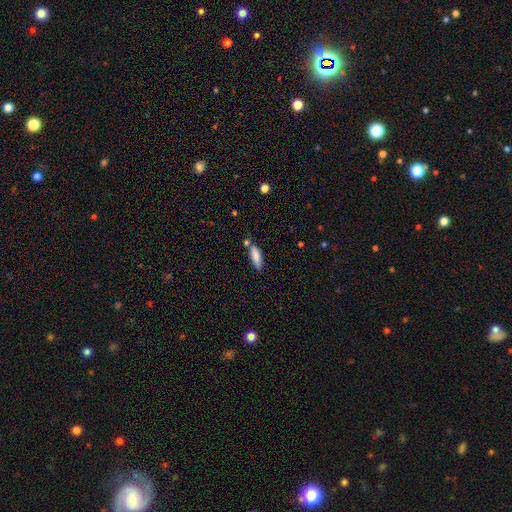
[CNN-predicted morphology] type=smooth (86%); roundness=in between (50%); merging=none (74%).